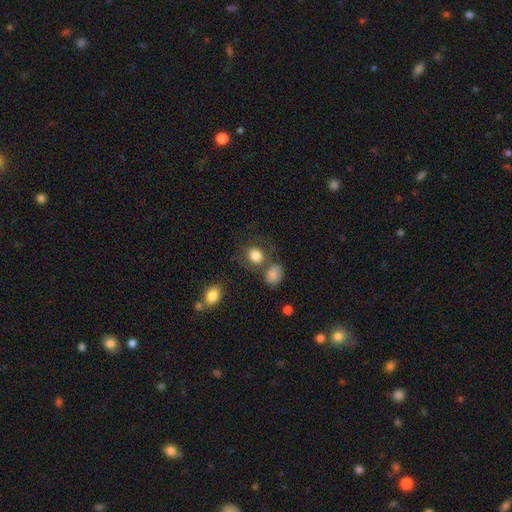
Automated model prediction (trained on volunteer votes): Morphology: type=smooth (82%); roundness=round (74%); merging=none (63%).